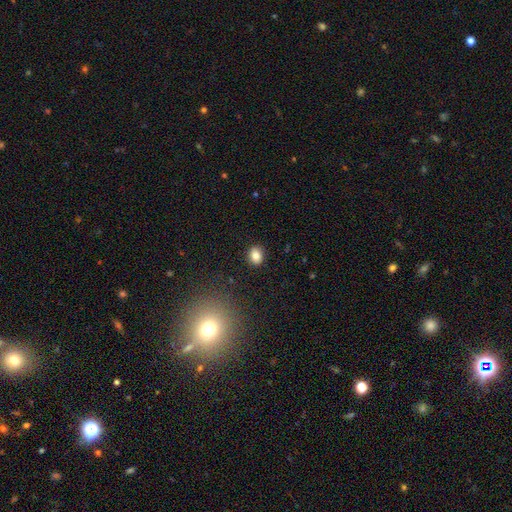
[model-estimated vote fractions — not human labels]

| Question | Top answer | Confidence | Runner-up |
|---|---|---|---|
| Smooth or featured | smooth | 82% | star or artifact (10%) |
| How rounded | round | 56% | in between (43%) |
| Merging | none | 90% | minor disturbance (7%) |